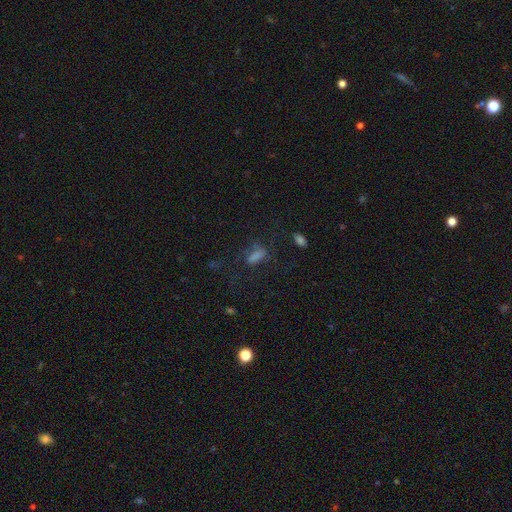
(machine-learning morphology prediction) A smooth galaxy with no disk features (52%) that is in between round and cigar-shaped (58%).

Vote fractions:
- Smooth or featured? smooth: 52% / star or artifact: 30% / featured or disk: 18%
- How rounded? in between: 58% / cigar-shaped: 33% / round: 9%
- Merging? none: 57% / major disturbance: 21% / minor disturbance: 19% / merger: 4%